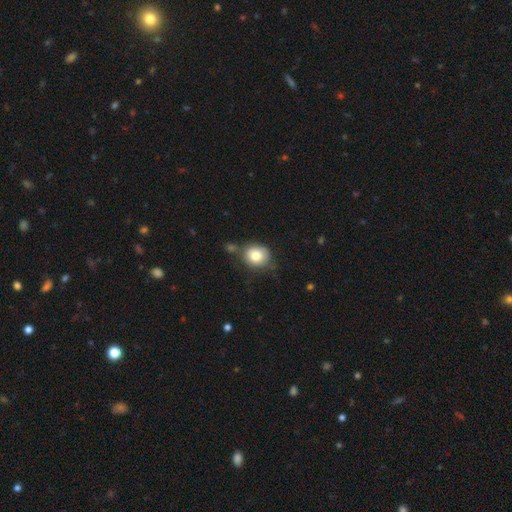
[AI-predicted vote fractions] Smooth or featured? smooth (78%)
How rounded? round (74%)
Merging? none (62%)